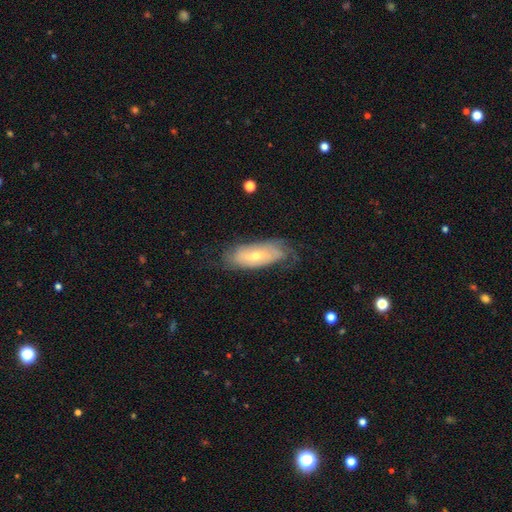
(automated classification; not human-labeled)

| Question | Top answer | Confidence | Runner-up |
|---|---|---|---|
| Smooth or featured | featured or disk | 57% | smooth (36%) |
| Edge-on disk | no | 80% | yes (20%) |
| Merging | none | 61% | minor disturbance (27%) |